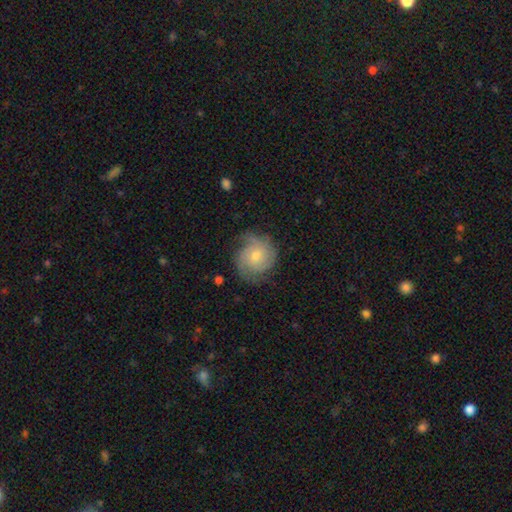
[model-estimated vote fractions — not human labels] Morphology: type=featured or disk (66%); edge-on=no (98%); bar=no (78%); spiral arms=yes (92%); winding=tight (53%); arm count=3 (29%); bulge=moderate (48%); merging=none (70%).